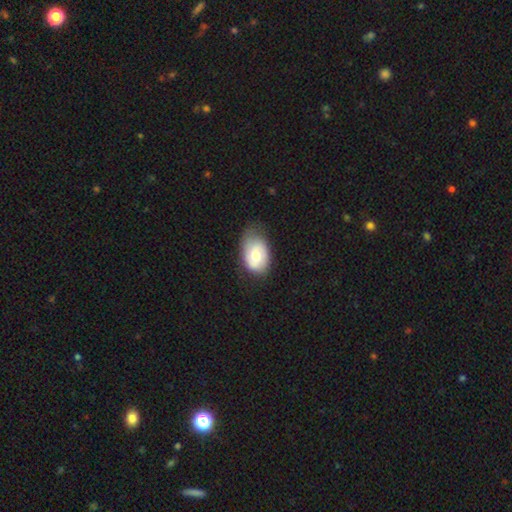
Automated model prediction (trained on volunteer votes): A smooth galaxy with no disk features (63%) that is in between round and cigar-shaped (85%). Merging: none (51%).